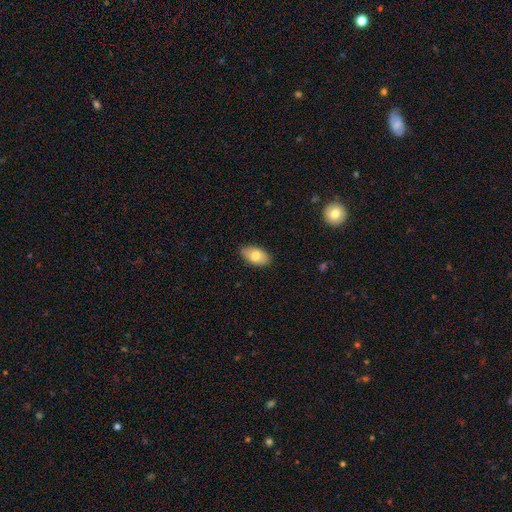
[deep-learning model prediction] Smooth or featured? Predicted: smooth (p=0.76). How rounded? Predicted: in between (p=0.93). Merging? Predicted: none (p=0.82).